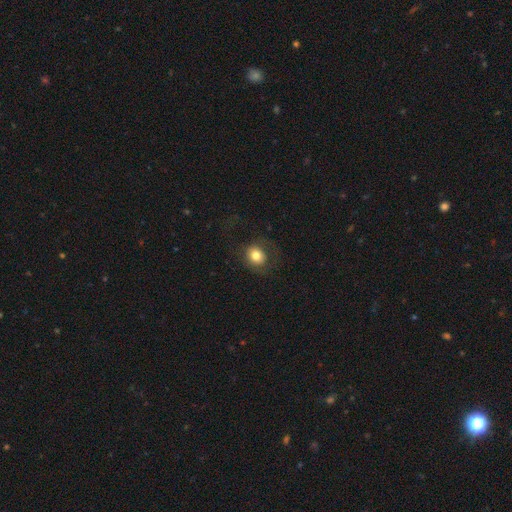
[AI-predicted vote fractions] Morphology: type=smooth (75%); roundness=round (73%); merging=none (66%).